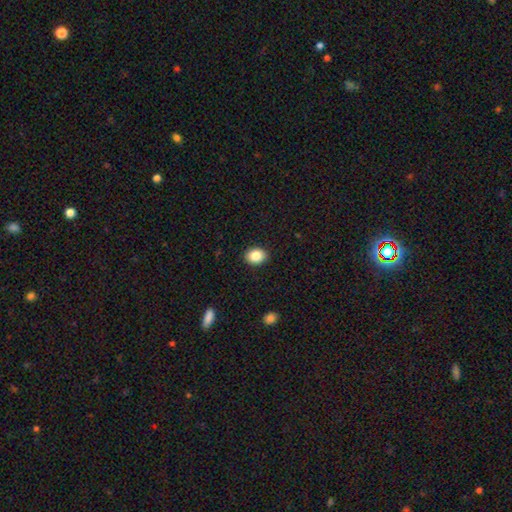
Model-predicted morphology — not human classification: A smooth galaxy with no disk features (86%) that is in between round and cigar-shaped (59%). Merging: none (90%).